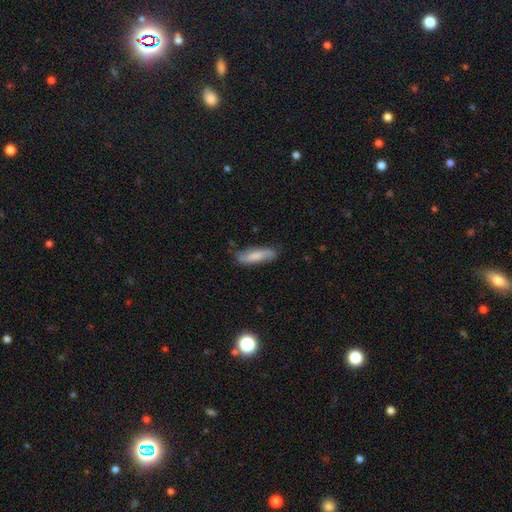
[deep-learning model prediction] A smooth galaxy with no disk features (65%) that is cigar-shaped (56%). Merging: none (76%).